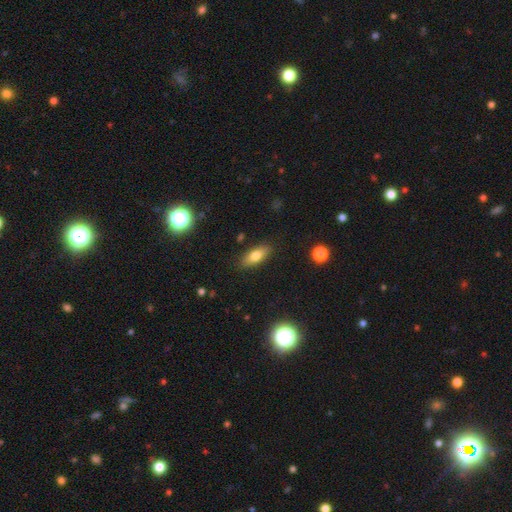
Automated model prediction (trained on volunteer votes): The model was most divided on "how rounded": in between: 74%, cigar-shaped: 23%, round: 4%. More confident: merging — none (86%); smooth or featured — smooth (74%).